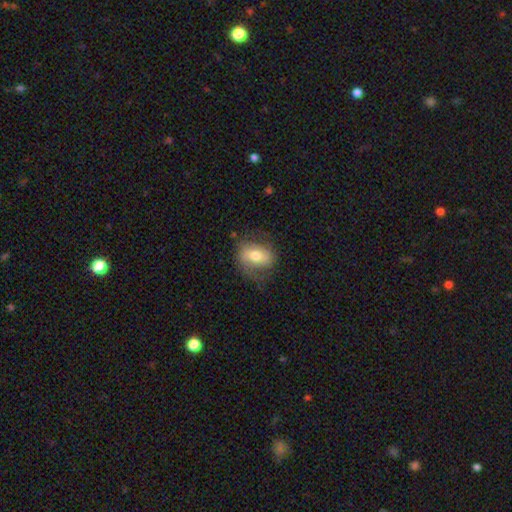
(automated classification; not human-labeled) smooth_or_featured: smooth (p=0.56) [alt: featured or disk p=0.37]
how_rounded: in between (p=0.64) [alt: round p=0.34]
merging: none (p=0.64) [alt: minor disturbance p=0.23]